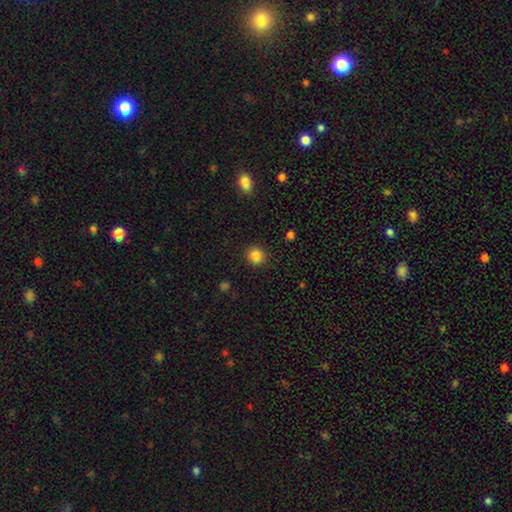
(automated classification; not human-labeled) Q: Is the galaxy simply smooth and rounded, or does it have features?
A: smooth — 86%.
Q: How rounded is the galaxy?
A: round — 89%.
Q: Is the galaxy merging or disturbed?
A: none — 91%.